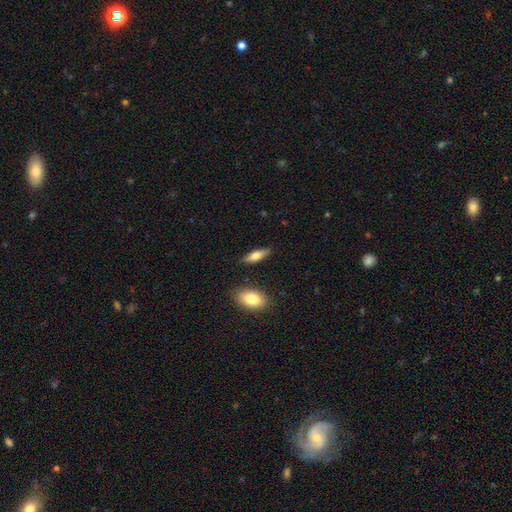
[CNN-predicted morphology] The model was most divided on "how rounded": in between: 62%, cigar-shaped: 35%, round: 3%. More confident: merging — none (84%); smooth or featured — smooth (67%).